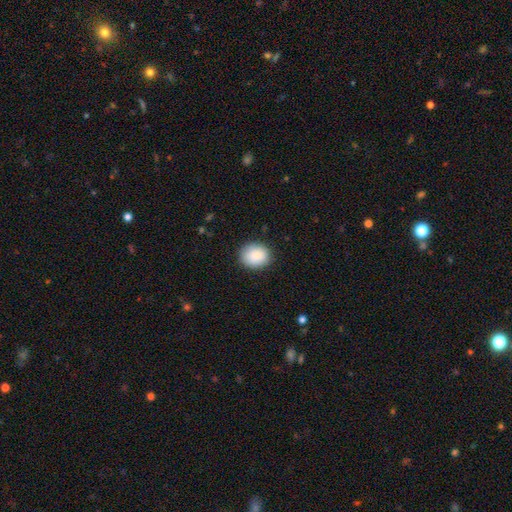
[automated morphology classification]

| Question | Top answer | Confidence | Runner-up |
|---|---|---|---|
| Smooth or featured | smooth | 89% | star or artifact (7%) |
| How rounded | round | 67% | in between (32%) |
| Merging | none | 86% | minor disturbance (10%) |